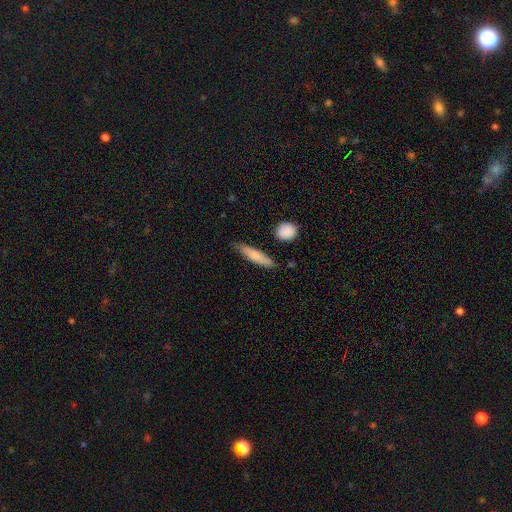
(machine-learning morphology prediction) smooth 76%, featured or disk 18%, star or artifact 6%. Down the decision tree: how rounded — cigar-shaped (72%); merging — none (76%).